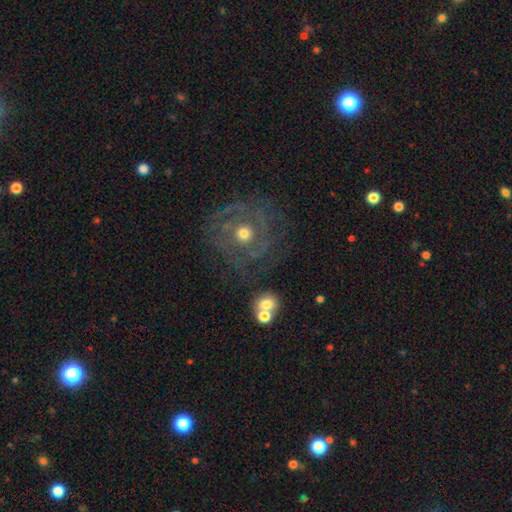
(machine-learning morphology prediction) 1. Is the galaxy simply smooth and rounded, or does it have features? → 68% featured or disk, 17% smooth, 16% star or artifact.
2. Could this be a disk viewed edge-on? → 96% no, 4% yes.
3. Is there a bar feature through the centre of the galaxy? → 72% no, 21% weak, 7% strong.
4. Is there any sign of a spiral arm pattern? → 79% yes, 21% no.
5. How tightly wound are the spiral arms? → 71% tight, 22% medium, 7% loose.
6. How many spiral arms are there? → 41% can't tell, 25% 2, 14% 3, 7% 4, 7% 1, 6% more than 4.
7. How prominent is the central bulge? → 61% moderate, 33% small, 3% large, 1% none, 1% dominant.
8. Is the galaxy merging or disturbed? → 78% none, 12% minor disturbance, 7% major disturbance, 3% merger.